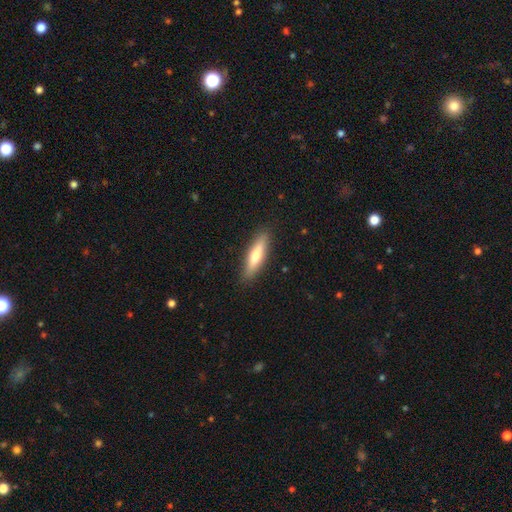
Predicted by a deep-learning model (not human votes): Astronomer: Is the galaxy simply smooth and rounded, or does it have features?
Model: smooth — 65%.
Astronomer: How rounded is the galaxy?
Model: cigar-shaped — 72%.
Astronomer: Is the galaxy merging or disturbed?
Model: none — 88%.